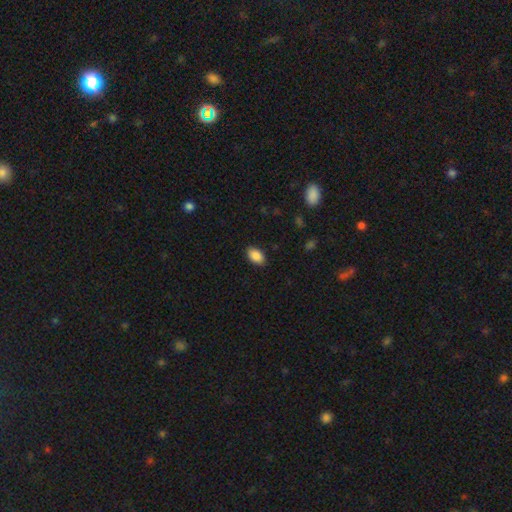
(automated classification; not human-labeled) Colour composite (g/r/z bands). It shows a smooth galaxy with no disk features (88%) that is in between round and cigar-shaped (91%). Merging: none (87%).